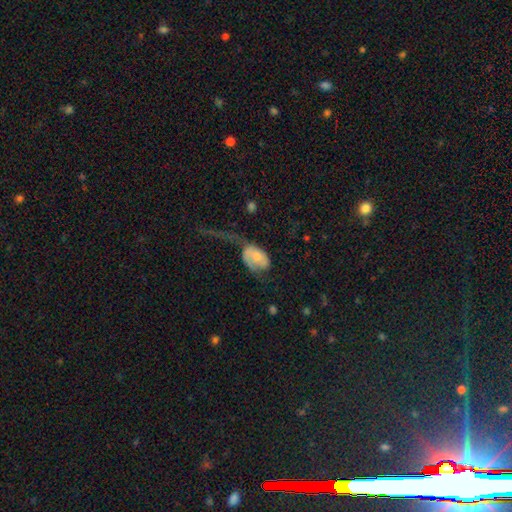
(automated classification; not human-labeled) The model was most divided on "smooth or featured": smooth: 55%, featured or disk: 37%, star or artifact: 7%. More confident: how rounded — in between (87%); merging — major disturbance (56%).